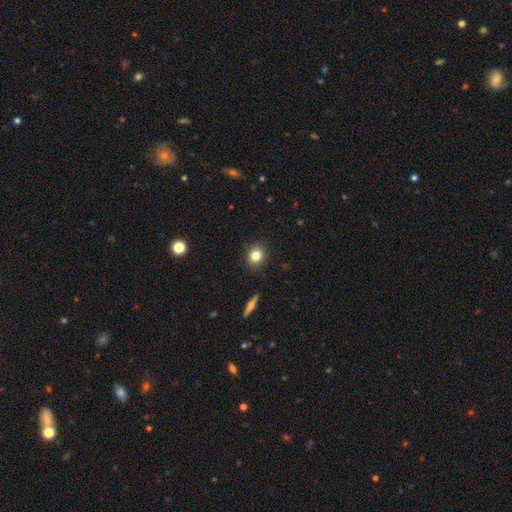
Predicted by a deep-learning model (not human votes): This is clearly a smooth galaxy (81%). How rounded: likely round (75%). Merging: clearly none (90%).